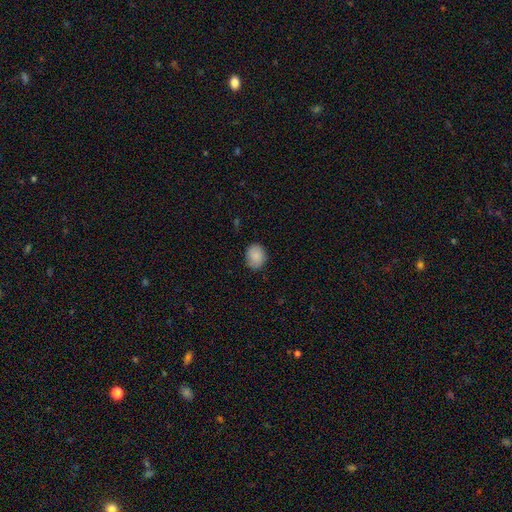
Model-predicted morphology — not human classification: Smooth or featured? Predicted: smooth (p=0.88). How rounded? Predicted: round (p=0.52). Merging? Predicted: none (p=0.85).